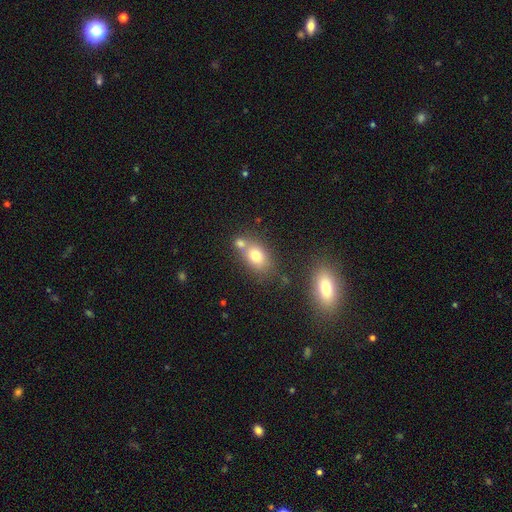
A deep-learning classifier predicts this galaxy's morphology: A smooth galaxy with no disk features (74%) that is in between round and cigar-shaped (73%). Merging: none (48%).